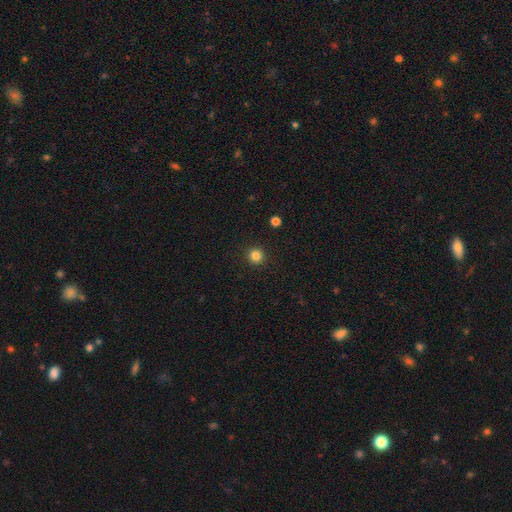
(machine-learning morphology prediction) Smooth or featured?
  - smooth: 83% *
  - star or artifact: 13%
  - featured or disk: 4%
How rounded?
  - round: 95% *
  - in between: 4%
  - cigar-shaped: 1%
Merging?
  - none: 92% *
  - minor disturbance: 5%
  - major disturbance: 2%
  - merger: 1%